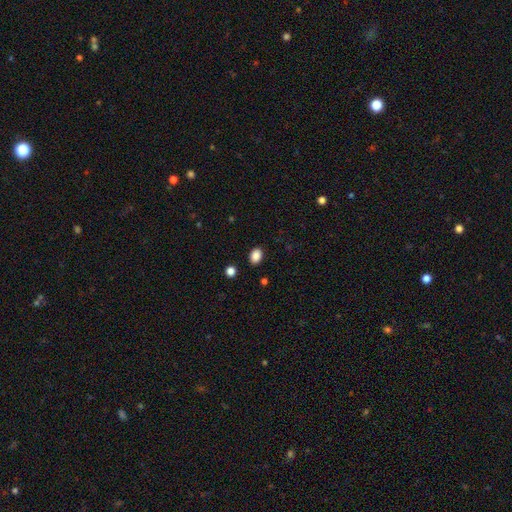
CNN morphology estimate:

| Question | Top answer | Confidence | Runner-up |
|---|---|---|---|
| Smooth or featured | smooth | 87% | star or artifact (9%) |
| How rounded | in between | 75% | round (24%) |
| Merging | none | 88% | minor disturbance (8%) |